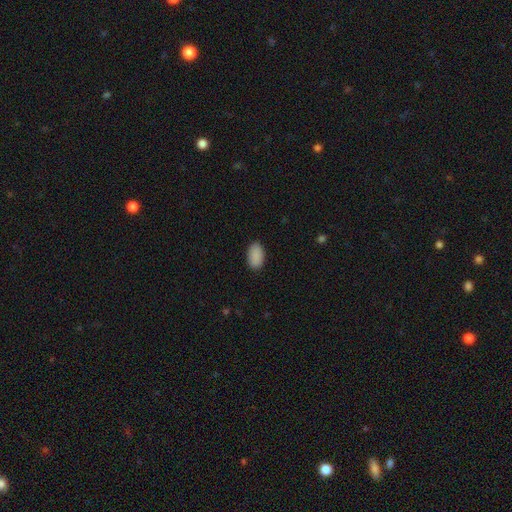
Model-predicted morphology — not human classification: A smooth galaxy with no disk features (90%) that is in between round and cigar-shaped (94%). Merging: none (87%).